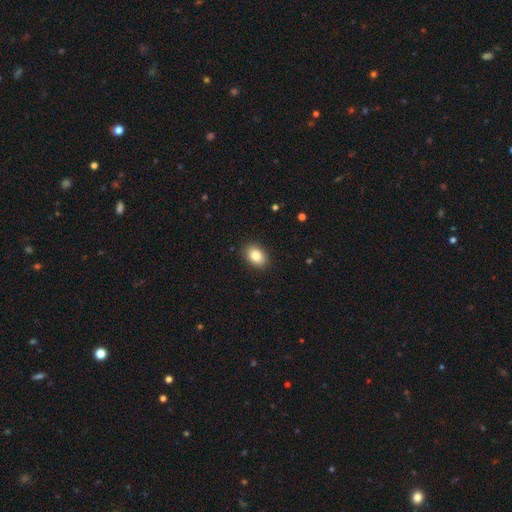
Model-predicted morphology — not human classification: This is clearly a smooth galaxy (85%). How rounded: clearly in between (82%). Merging: clearly none (89%).